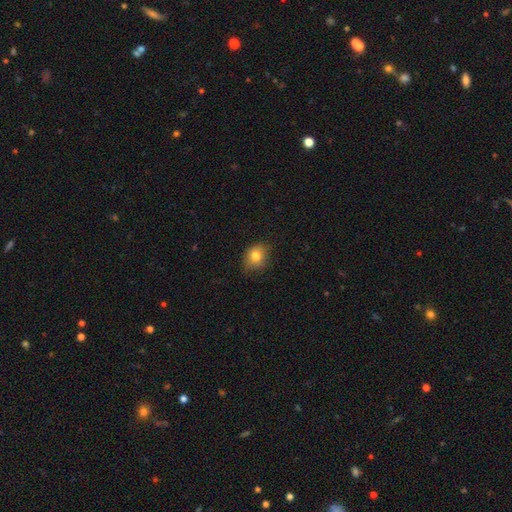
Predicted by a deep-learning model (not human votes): smooth 80%, star or artifact 11%, featured or disk 10%. Down the decision tree: how rounded — round (57%); merging — none (76%).